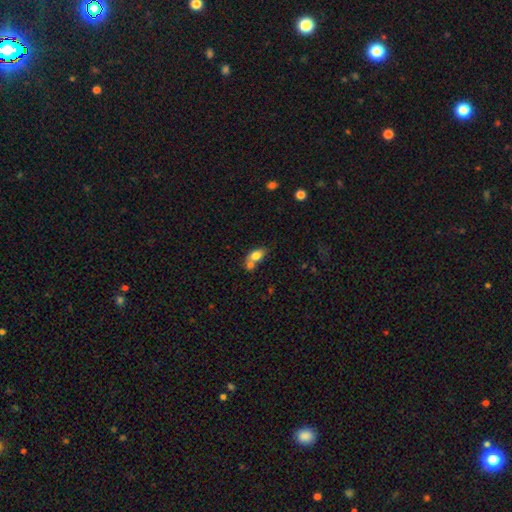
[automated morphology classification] A smooth galaxy with no disk features (76%) that is in between round and cigar-shaped (78%).

Vote fractions:
- Smooth or featured? smooth: 76% / featured or disk: 16% / star or artifact: 8%
- How rounded? in between: 78% / round: 17% / cigar-shaped: 5%
- Merging? merger: 54% / none: 30% / minor disturbance: 11% / major disturbance: 5%